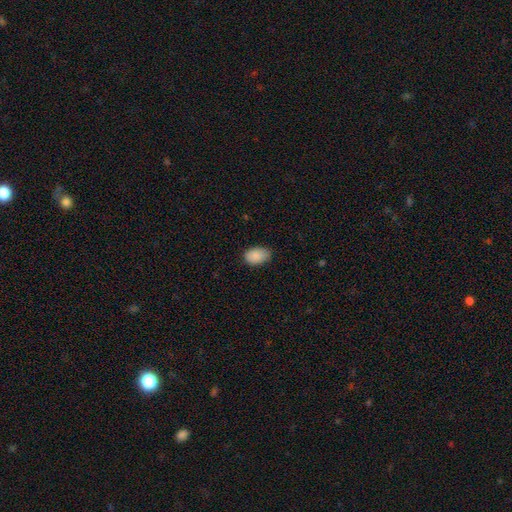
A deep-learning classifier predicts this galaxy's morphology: smooth 89%, star or artifact 7%, featured or disk 4%. Down the decision tree: how rounded — in between (89%); merging — none (79%).